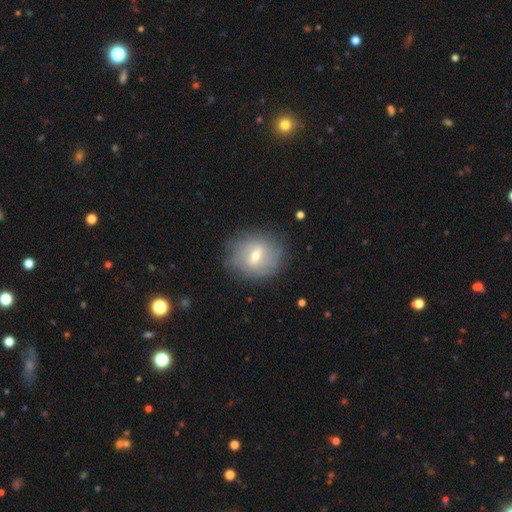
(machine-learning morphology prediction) A featured or disk galaxy (68%) with a weak bar (56%), spiral arms (72%) and a moderate central bulge (58%). Merging: none (77%).